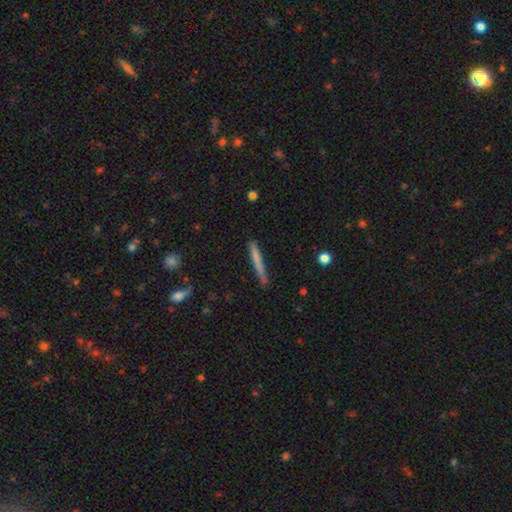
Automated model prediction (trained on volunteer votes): Q: Smooth or featured?
A: smooth (67%); runner-up: featured or disk (27%)
Q: How rounded?
A: cigar-shaped (96%); runner-up: in between (2%)
Q: Merging?
A: none (83%); runner-up: minor disturbance (13%)